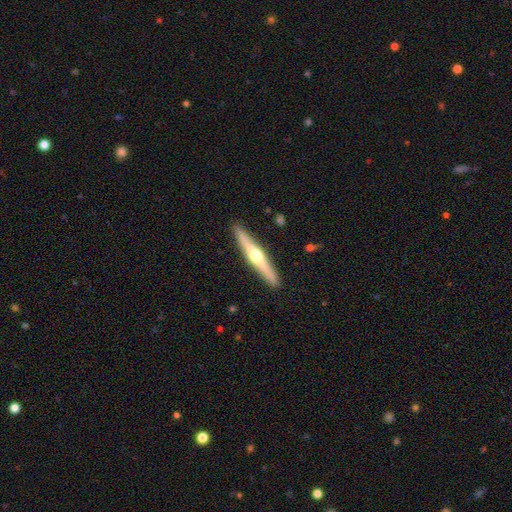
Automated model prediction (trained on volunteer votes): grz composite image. It shows a featured or disk galaxy (68%) viewed edge-on (97%) with a rounded central bulge (93%). Merging: none (91%).